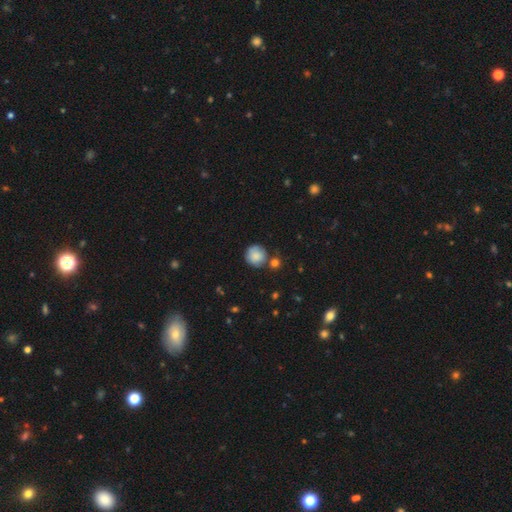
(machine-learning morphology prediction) Q: Smooth or featured?
A: smooth (84%); runner-up: star or artifact (8%)
Q: How rounded?
A: round (93%); runner-up: in between (6%)
Q: Merging?
A: none (71%); runner-up: minor disturbance (14%)